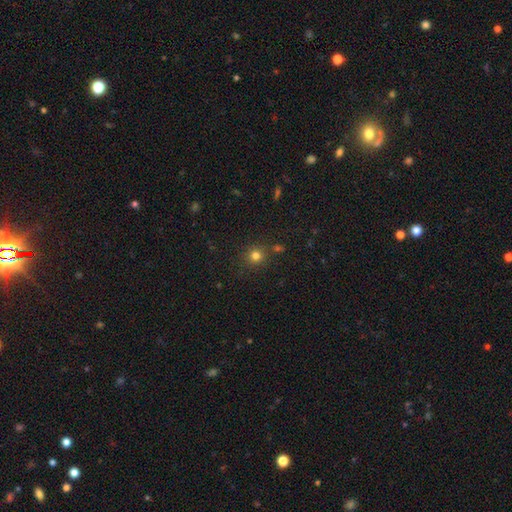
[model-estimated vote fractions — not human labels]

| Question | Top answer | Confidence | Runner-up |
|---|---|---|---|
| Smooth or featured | smooth | 78% | star or artifact (16%) |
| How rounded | round | 91% | in between (8%) |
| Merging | none | 82% | minor disturbance (9%) |